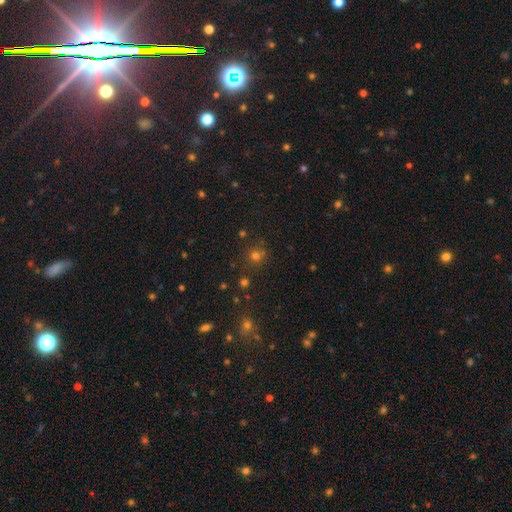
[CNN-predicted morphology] smooth-or-featured: smooth: 62% | star or artifact: 31% | featured or disk: 7%
  how-rounded: round: 90% | in between: 9% | cigar-shaped: 1%
  merging: none: 79% | minor disturbance: 10% | merger: 7% | major disturbance: 4%